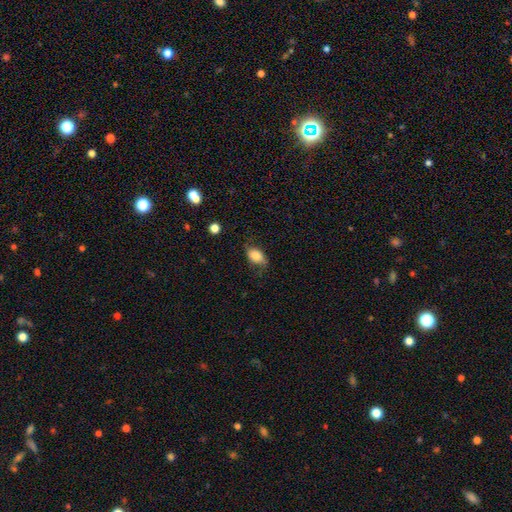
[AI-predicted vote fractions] Smooth or featured: smooth — 78% (featured or disk — 14%)
How rounded: in between — 85% (round — 14%)
Merging: none — 62% (minor disturbance — 26%)